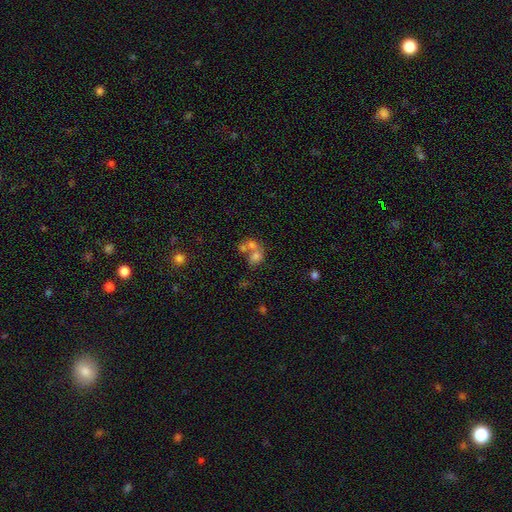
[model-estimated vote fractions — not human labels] This is likely a smooth galaxy (61%). How rounded: possibly round (52%). Merging: likely merger (63%).